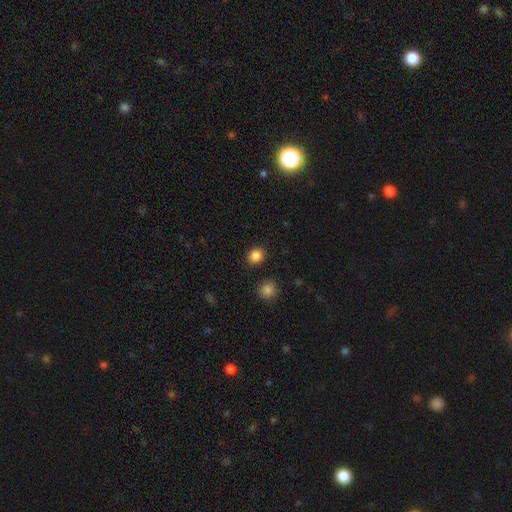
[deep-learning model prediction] This appears to be a smooth galaxy with no disk features (85%) that is round (75%). Merging: none (88%).